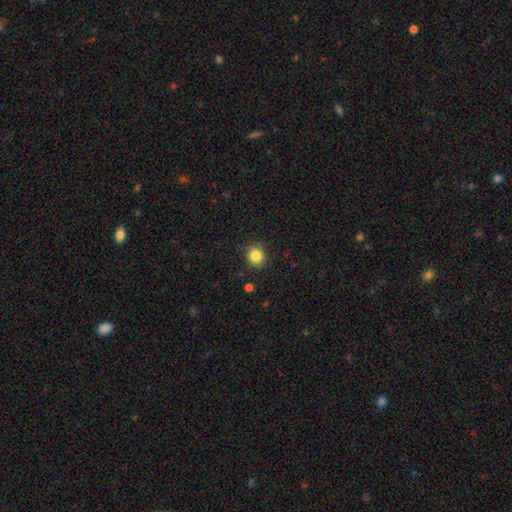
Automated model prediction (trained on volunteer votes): Smooth or featured? Predicted: smooth (p=0.85). How rounded? Predicted: round (p=0.76). Merging? Predicted: none (p=0.87).